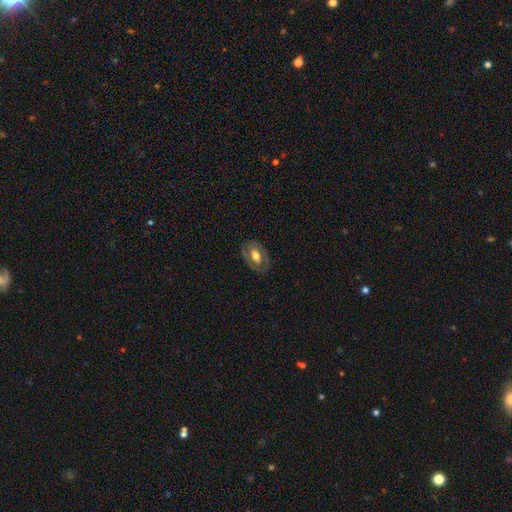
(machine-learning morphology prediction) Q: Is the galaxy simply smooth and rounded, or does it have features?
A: featured or disk — 50%.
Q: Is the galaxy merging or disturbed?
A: none — 76%.